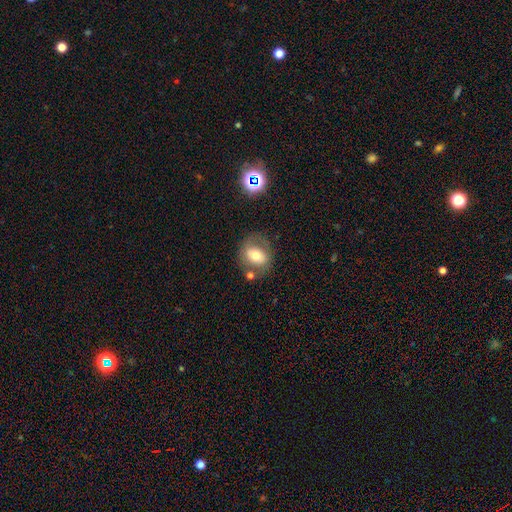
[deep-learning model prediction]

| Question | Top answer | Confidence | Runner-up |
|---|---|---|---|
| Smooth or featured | smooth | 59% | featured or disk (31%) |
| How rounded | round | 52% | in between (47%) |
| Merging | none | 63% | minor disturbance (17%) |